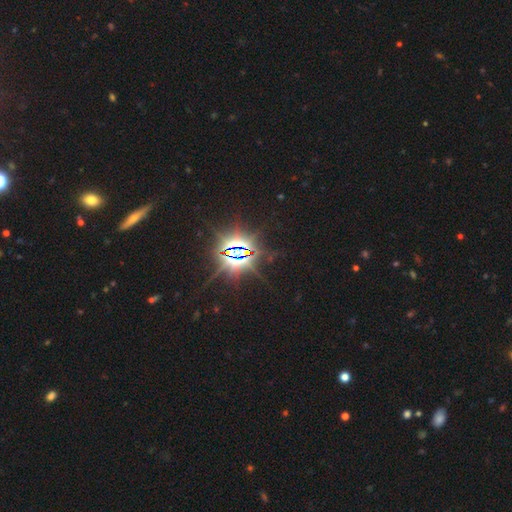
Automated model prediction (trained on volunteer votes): star or artifact 85%, smooth 8%, featured or disk 7%.